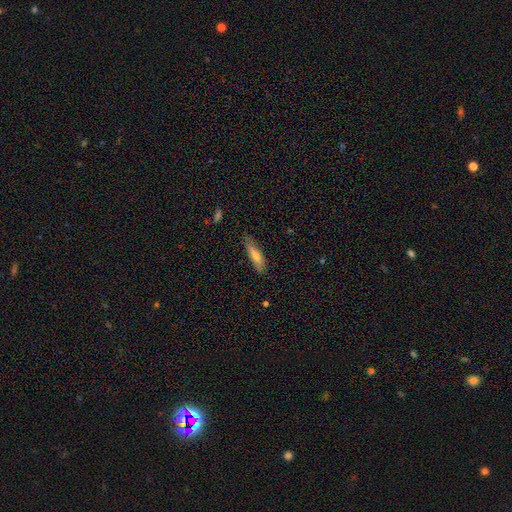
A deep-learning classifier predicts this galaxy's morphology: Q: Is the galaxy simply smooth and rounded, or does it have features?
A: smooth — 66%.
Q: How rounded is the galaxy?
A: cigar-shaped — 65%.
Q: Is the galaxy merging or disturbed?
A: none — 74%.